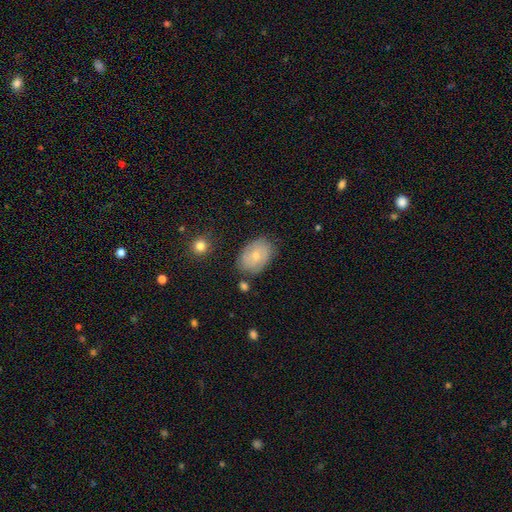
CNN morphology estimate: Smooth or featured? Predicted: smooth (p=0.56). How rounded? Predicted: in between (p=0.82). Merging? Predicted: none (p=0.74).